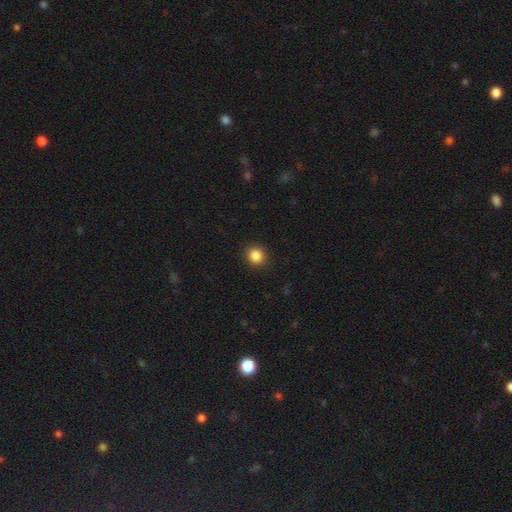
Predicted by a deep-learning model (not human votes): A smooth galaxy with no disk features (86%) that is round (86%). Merging: none (91%).